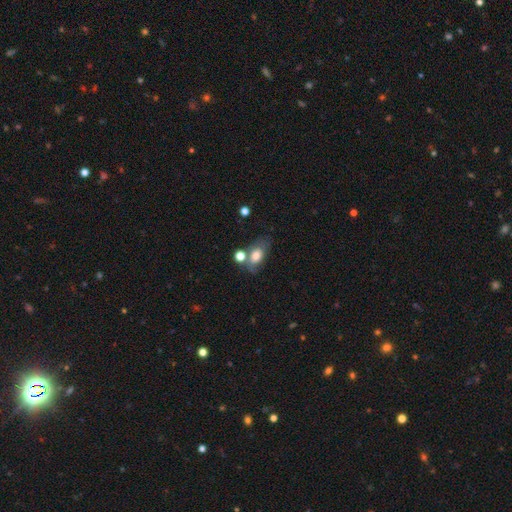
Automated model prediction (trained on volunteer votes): smooth_or_featured: smooth (p=0.71) [alt: featured or disk p=0.19]
how_rounded: in between (p=0.83) [alt: round p=0.15]
merging: none (p=0.47) [alt: merger p=0.22]